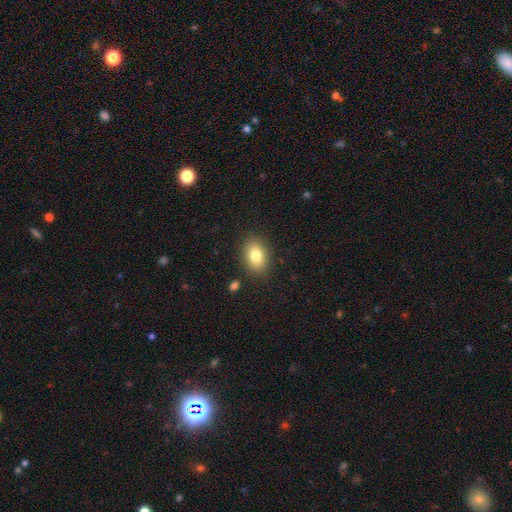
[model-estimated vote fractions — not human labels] smooth-or-featured: smooth: 82% | featured or disk: 10% | star or artifact: 9%
  how-rounded: in between: 78% | round: 21% | cigar-shaped: 1%
  merging: none: 86% | minor disturbance: 10% | major disturbance: 3% | merger: 2%